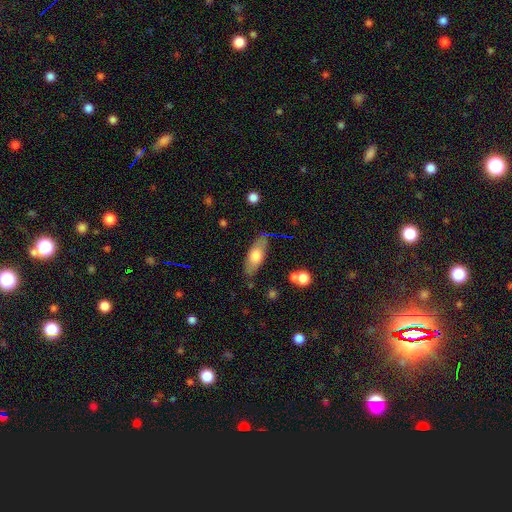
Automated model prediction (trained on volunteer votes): smooth_or_featured: smooth (p=0.65) [alt: featured or disk p=0.29]
how_rounded: in between (p=0.72) [alt: cigar-shaped p=0.25]
merging: none (p=0.78) [alt: minor disturbance p=0.15]